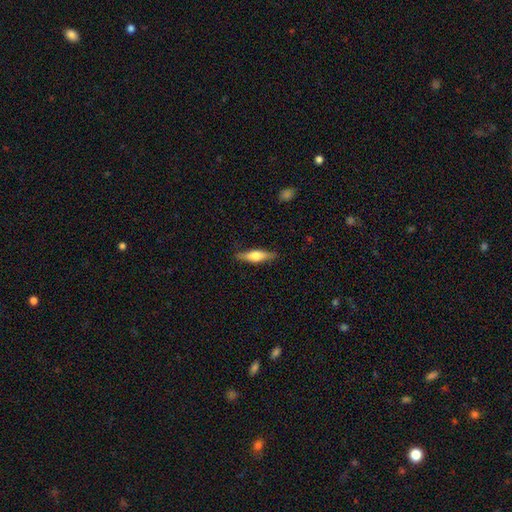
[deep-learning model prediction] Morphology: type=featured or disk (53%); edge-on=yes (94%); edge-on bulge=rounded (91%); merging=none (87%).